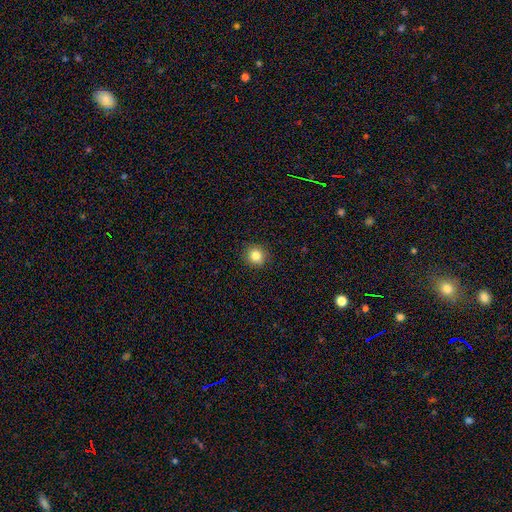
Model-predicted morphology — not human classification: Smooth or featured? Predicted: smooth (p=0.83). How rounded? Predicted: round (p=0.87). Merging? Predicted: none (p=0.91).